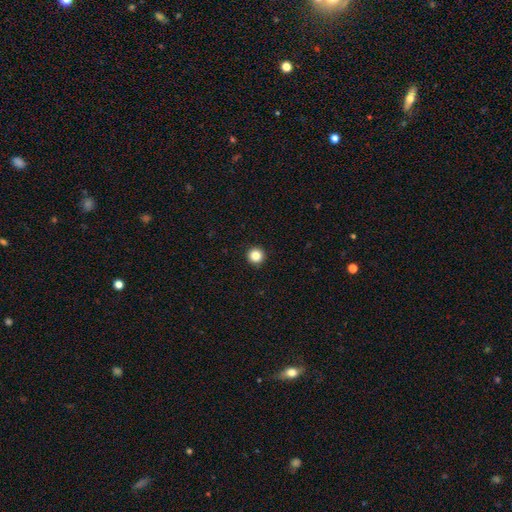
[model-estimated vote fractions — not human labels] A smooth galaxy with no disk features (85%) that is round (96%).

Vote fractions:
- Smooth or featured? smooth: 85% / star or artifact: 11% / featured or disk: 4%
- How rounded? round: 96% / in between: 3% / cigar-shaped: 1%
- Merging? none: 94% / minor disturbance: 4% / major disturbance: 1% / merger: 1%